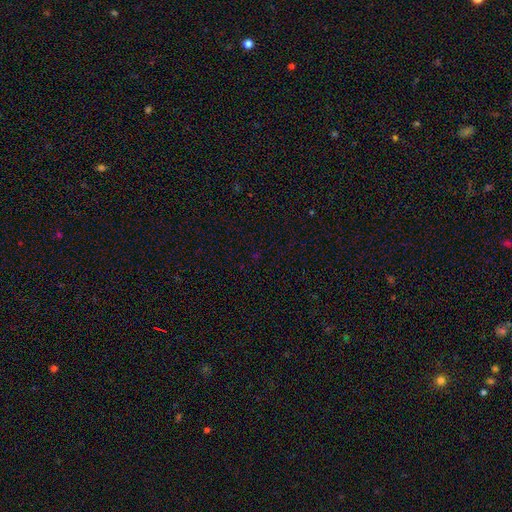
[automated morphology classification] smooth-or-featured: star or artifact: 67% | smooth: 26% | featured or disk: 7%